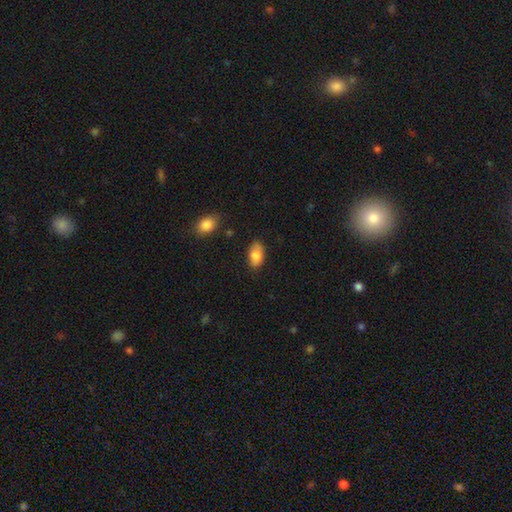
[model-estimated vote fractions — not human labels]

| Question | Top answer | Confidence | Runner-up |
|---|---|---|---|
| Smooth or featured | smooth | 82% | featured or disk (10%) |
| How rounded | in between | 92% | round (6%) |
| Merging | none | 73% | minor disturbance (20%) |